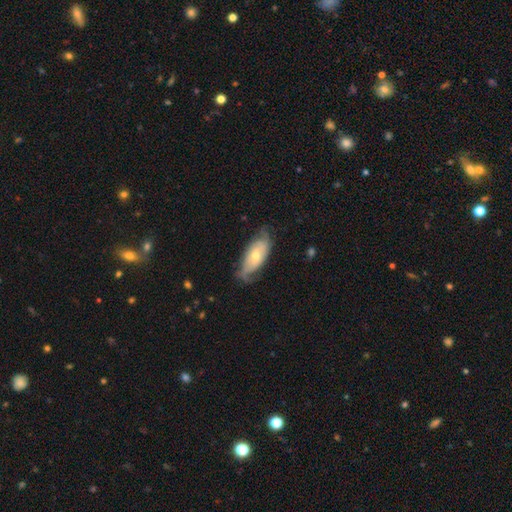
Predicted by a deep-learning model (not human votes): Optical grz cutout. It shows a featured or disk galaxy (59%) with no bar (76%), spiral arms (77%) and a small central bulge (50%). Merging: none (58%).